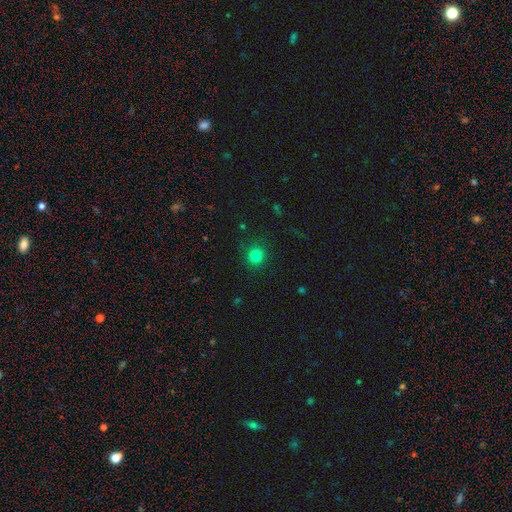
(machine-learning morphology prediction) A smooth galaxy with no disk features (81%) that is round (91%).

Vote fractions:
- Smooth or featured? smooth: 81% / star or artifact: 14% / featured or disk: 5%
- How rounded? round: 91% / in between: 8% / cigar-shaped: 1%
- Merging? none: 89% / minor disturbance: 7% / major disturbance: 3% / merger: 1%